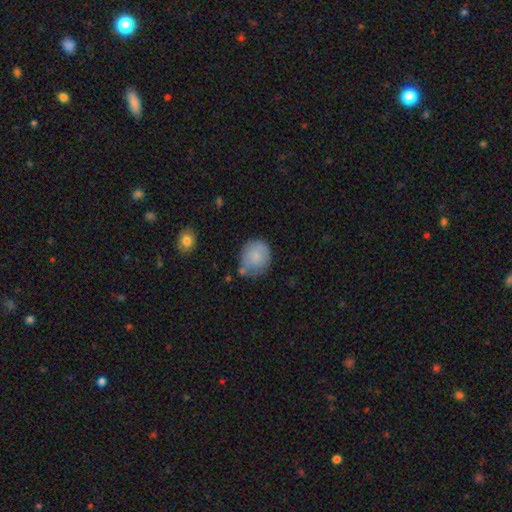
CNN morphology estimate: Q: Smooth or featured?
A: smooth (80%); runner-up: featured or disk (13%)
Q: How rounded?
A: round (70%); runner-up: in between (29%)
Q: Merging?
A: none (56%); runner-up: minor disturbance (28%)